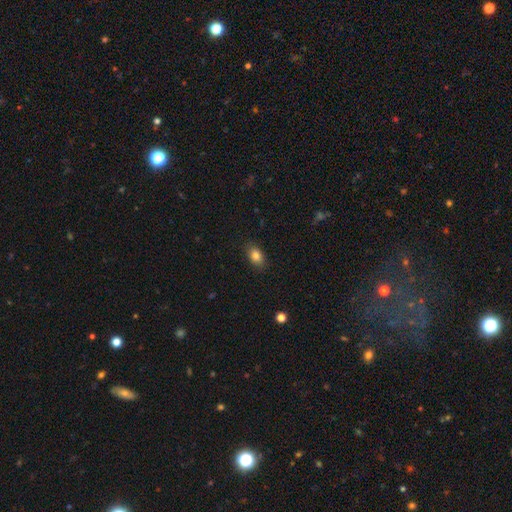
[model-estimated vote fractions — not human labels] Smooth or featured? Predicted: smooth (p=0.84). How rounded? Predicted: in between (p=0.84). Merging? Predicted: none (p=0.86).